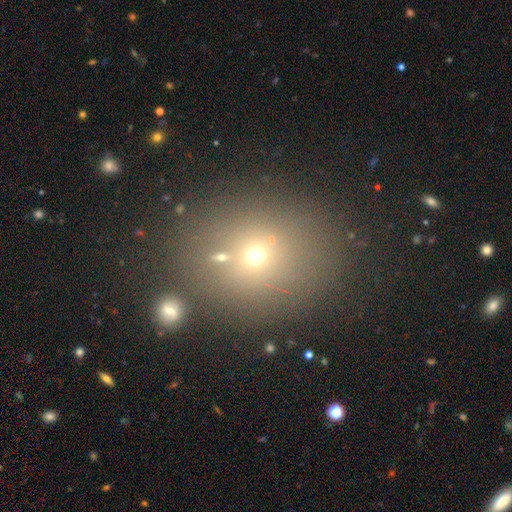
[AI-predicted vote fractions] Overall: smooth (56%; star or artifact 29%). How rounded: round (65%; in between 33%). Merging: none (72%).